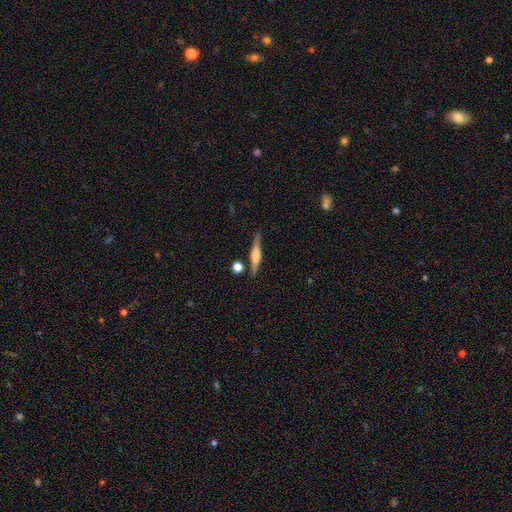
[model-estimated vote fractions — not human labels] This appears to be a featured or disk galaxy (67%) viewed edge-on (97%) with a rounded central bulge (72%). Merging: none (84%).